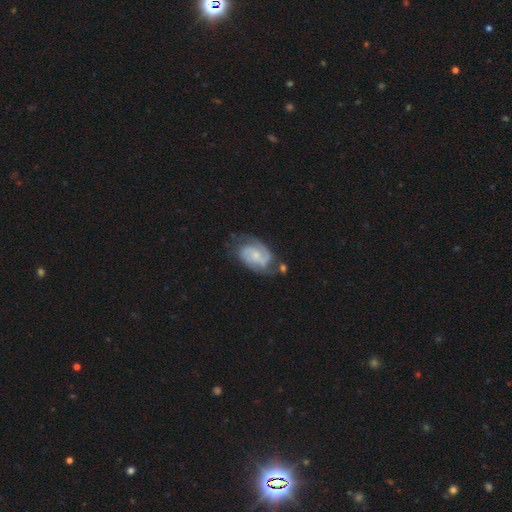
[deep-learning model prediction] Smooth or featured: featured or disk — 83% (smooth — 12%)
Edge-on disk: no — 97% (yes — 3%)
Bar: no — 56% (weak — 37%)
Spiral arms: yes — 96% (no — 4%)
Spiral winding: medium — 45% (tight — 42%)
Spiral arm count: 2 — 76% (can't tell — 10%)
Bulge size: small — 62% (moderate — 29%)
Merging: none — 59% (minor disturbance — 24%)